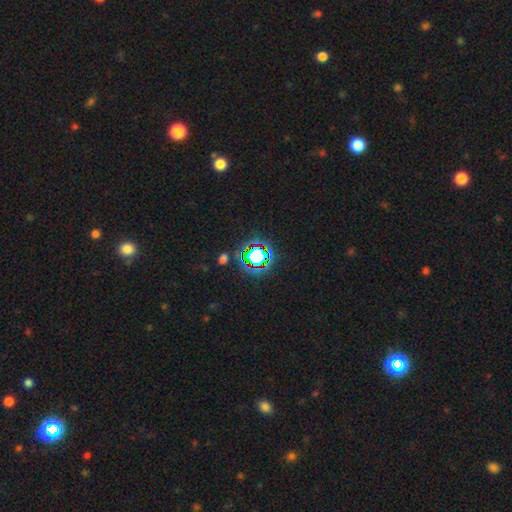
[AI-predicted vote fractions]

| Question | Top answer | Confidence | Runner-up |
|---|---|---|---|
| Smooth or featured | star or artifact | 66% | smooth (23%) |